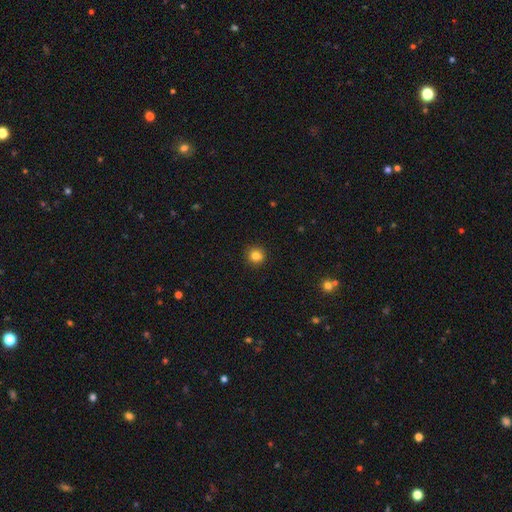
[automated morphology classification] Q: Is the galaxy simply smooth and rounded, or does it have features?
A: smooth — 84%.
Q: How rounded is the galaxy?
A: round — 87%.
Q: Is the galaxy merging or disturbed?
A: none — 88%.